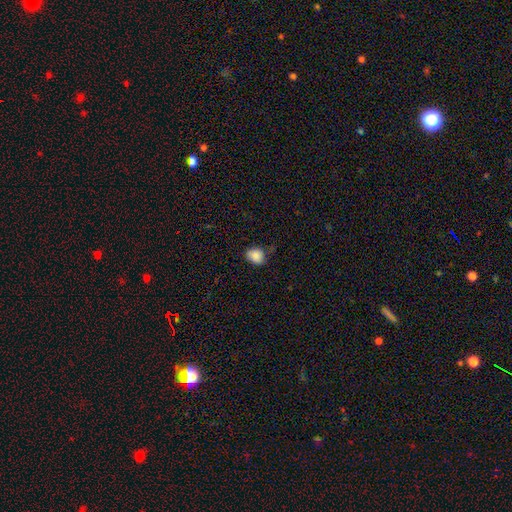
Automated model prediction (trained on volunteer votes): This appears to be a smooth galaxy with no disk features (86%) that is round (64%). Merging: none (69%).